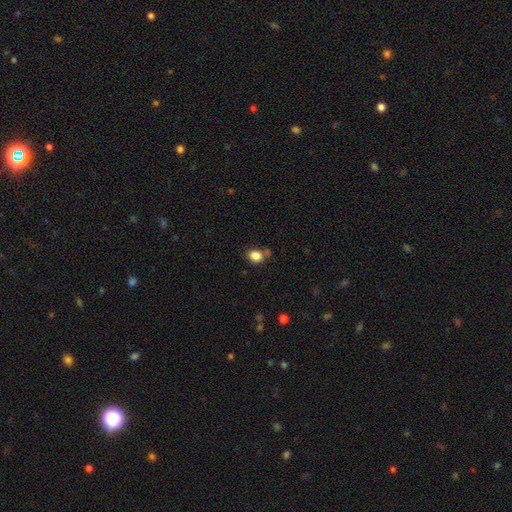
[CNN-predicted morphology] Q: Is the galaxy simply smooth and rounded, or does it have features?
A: smooth — 85%.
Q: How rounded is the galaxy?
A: in between — 55%.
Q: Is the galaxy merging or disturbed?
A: none — 68%.